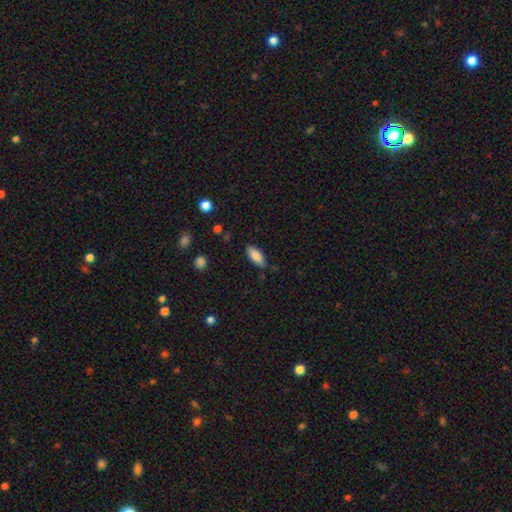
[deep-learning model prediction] A smooth galaxy with no disk features (84%) that is in between round and cigar-shaped (81%). Merging: none (78%).